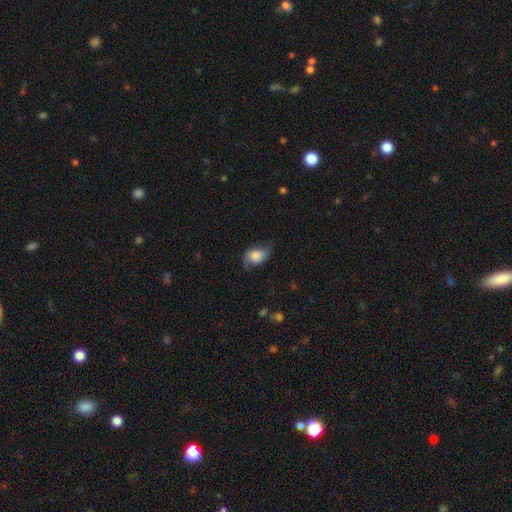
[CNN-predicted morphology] The model was most divided on "merging": none: 53%, minor disturbance: 33%, major disturbance: 13%, merger: 1%. More confident: how rounded — in between (82%); smooth or featured — smooth (71%).